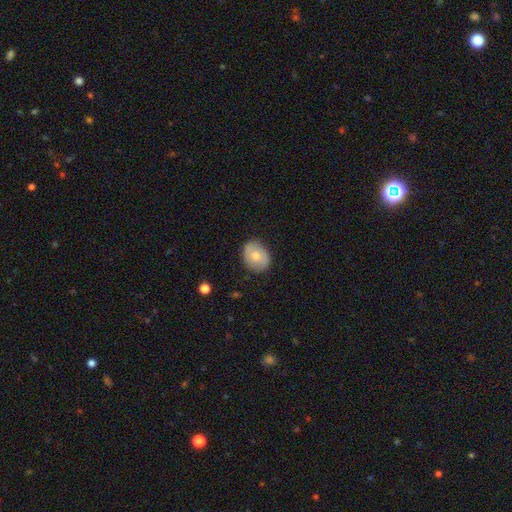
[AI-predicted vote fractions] Overall: smooth (61%; featured or disk 31%). How rounded: in between (54%; round 45%). Merging: none (85%).